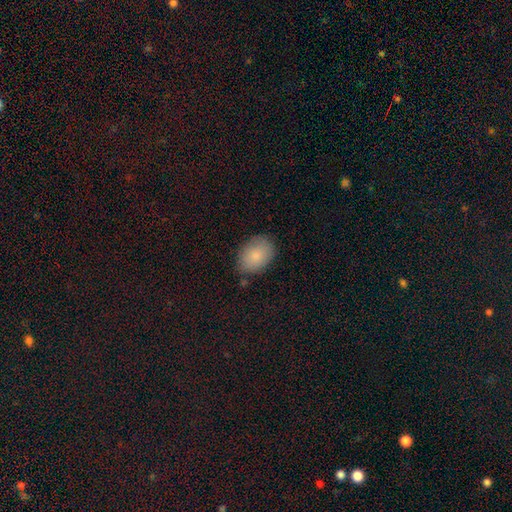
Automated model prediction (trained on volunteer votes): Smooth or featured: smooth — 85% (featured or disk — 8%)
How rounded: in between — 81% (round — 18%)
Merging: none — 77% (minor disturbance — 17%)